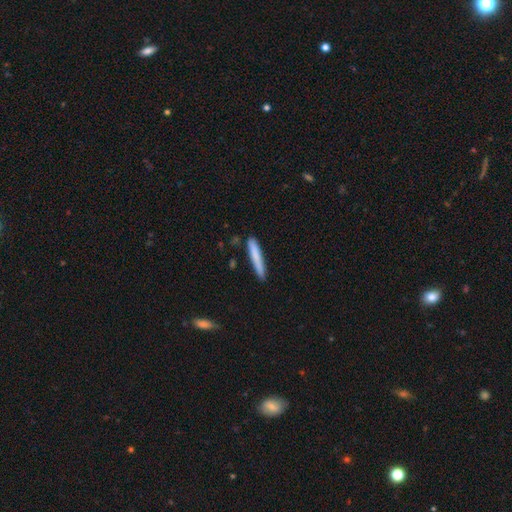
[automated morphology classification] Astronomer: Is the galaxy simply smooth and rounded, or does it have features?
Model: smooth — 77%.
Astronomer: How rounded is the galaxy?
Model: cigar-shaped — 95%.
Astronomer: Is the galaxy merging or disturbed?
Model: none — 86%.